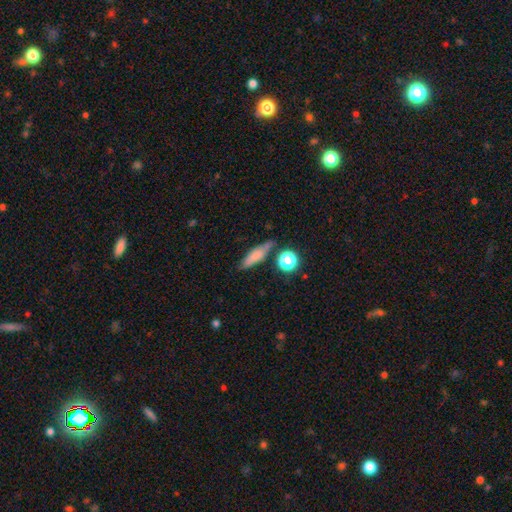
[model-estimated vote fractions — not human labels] Smooth or featured?
  - smooth: 69% *
  - featured or disk: 20%
  - star or artifact: 10%
How rounded?
  - cigar-shaped: 60% *
  - in between: 32%
  - round: 8%
Merging?
  - none: 70% *
  - minor disturbance: 17%
  - merger: 8%
  - major disturbance: 5%